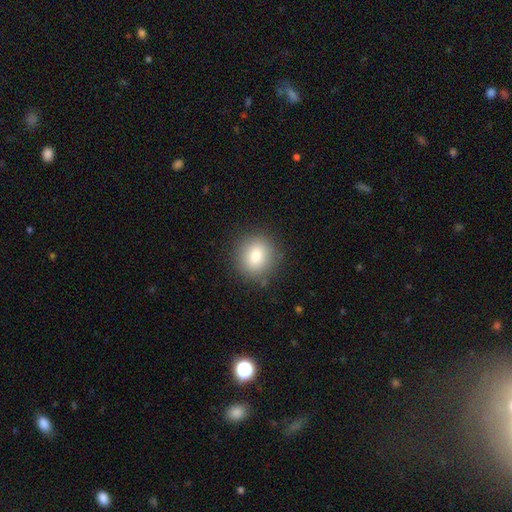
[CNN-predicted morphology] This appears to be a smooth galaxy with no disk features (82%) that is round (83%). Merging: none (87%).